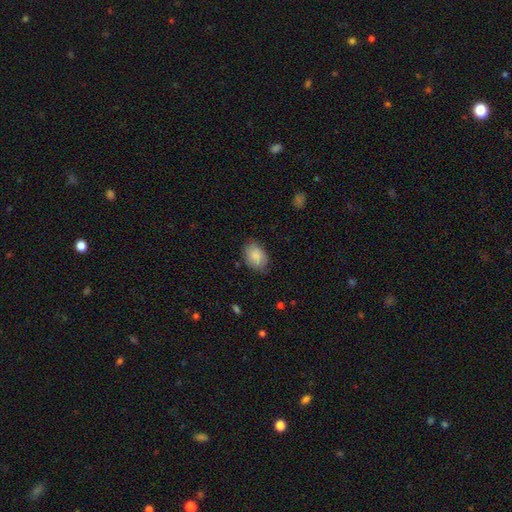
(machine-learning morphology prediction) Smooth or featured?
  - smooth: 87% *
  - featured or disk: 7%
  - star or artifact: 7%
How rounded?
  - in between: 78% *
  - round: 21%
  - cigar-shaped: 1%
Merging?
  - none: 79% *
  - minor disturbance: 17%
  - major disturbance: 3%
  - merger: 1%